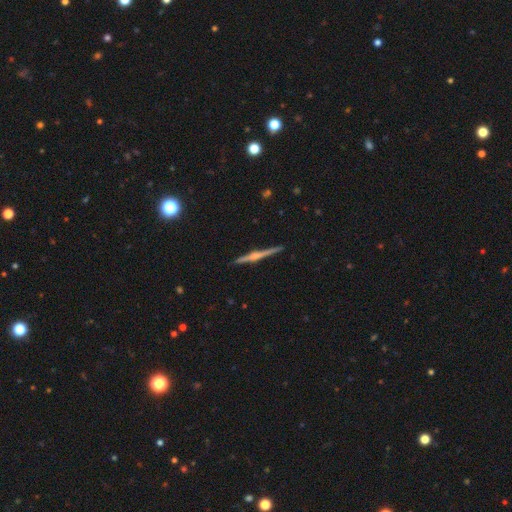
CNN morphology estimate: A featured or disk galaxy (76%) viewed edge-on (99%) with a rounded central bulge (68%).

Vote fractions:
- Smooth or featured? featured or disk: 76% / smooth: 18% / star or artifact: 6%
- Edge-on disk? yes: 99% / no: 1%
- Edge-on bulge? rounded: 68% / boxy: 18% / none: 15%
- Merging? none: 91% / minor disturbance: 6% / major disturbance: 1% / merger: 1%